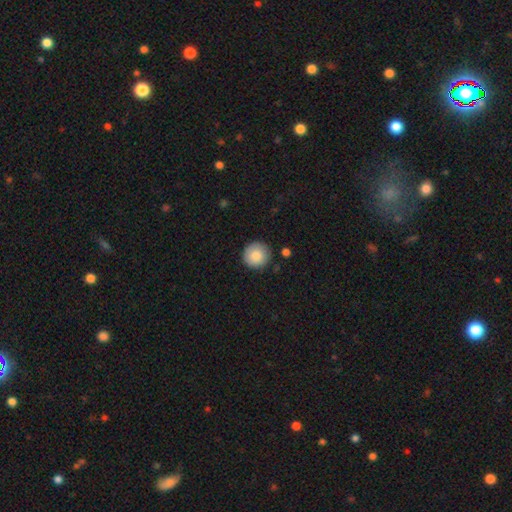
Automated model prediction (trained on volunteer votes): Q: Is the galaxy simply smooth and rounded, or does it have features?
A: smooth — 85%.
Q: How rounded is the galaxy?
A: round — 94%.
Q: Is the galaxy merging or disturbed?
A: none — 86%.